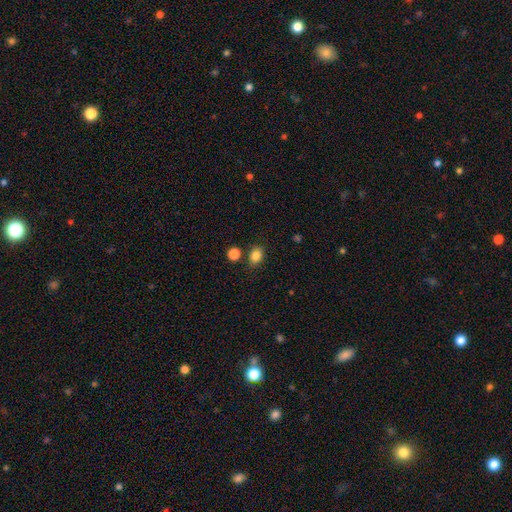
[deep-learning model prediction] This appears to be a smooth galaxy with no disk features (85%) that is in between round and cigar-shaped (60%). Merging: none (79%).